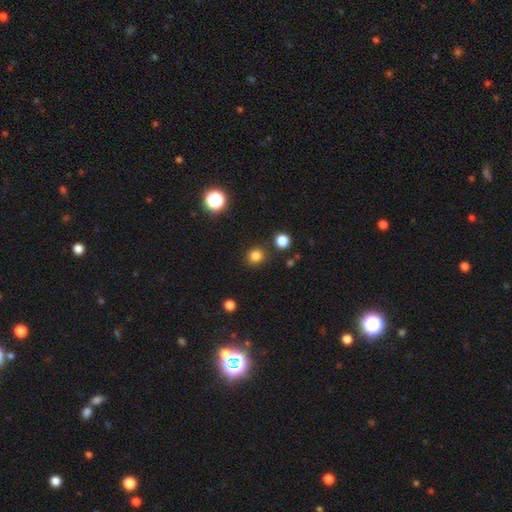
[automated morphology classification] Smooth or featured? smooth (82%)
How rounded? round (86%)
Merging? none (86%)